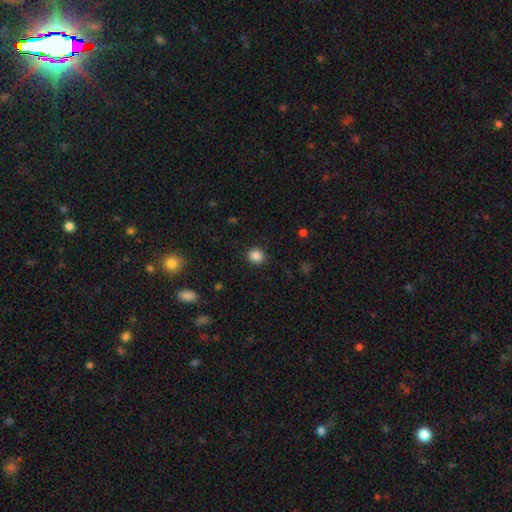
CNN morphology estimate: Overall: smooth (86%). How rounded: round (90%). Merging: none (91%).